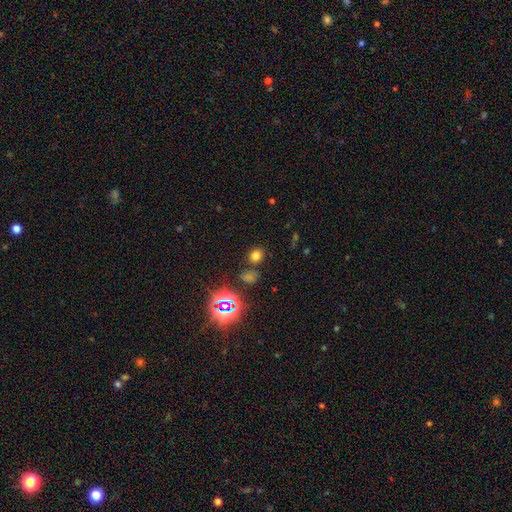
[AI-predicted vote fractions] Overall: smooth (68%). How rounded: round (70%). Merging: none (79%).